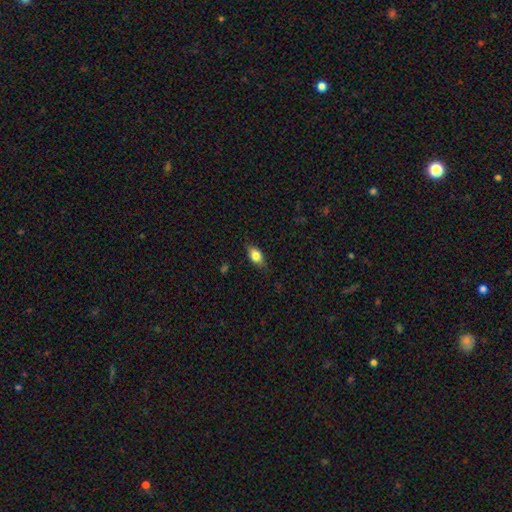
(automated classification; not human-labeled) Overall: smooth (77%). How rounded: in between (83%). Merging: none (81%).